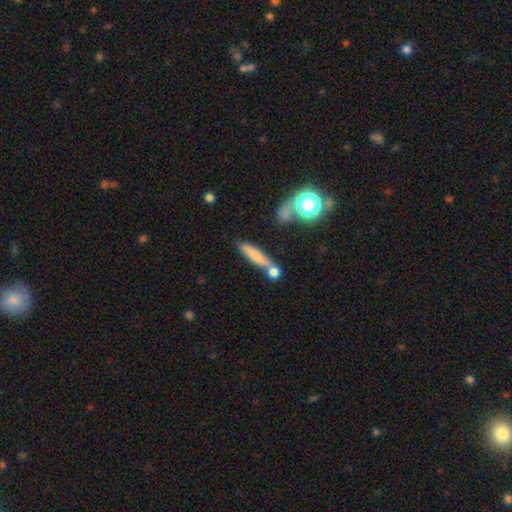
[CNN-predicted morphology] Overall: smooth (67%). How rounded: cigar-shaped (76%). Merging: none (52%; merger 27%).